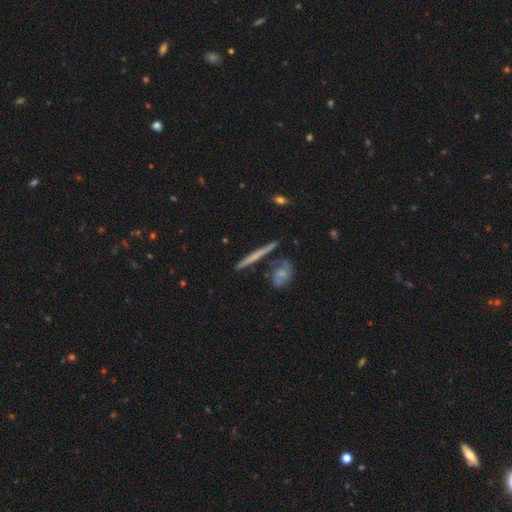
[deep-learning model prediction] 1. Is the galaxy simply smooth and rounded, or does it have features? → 50% featured or disk, 43% smooth, 7% star or artifact.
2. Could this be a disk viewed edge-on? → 94% yes, 6% no.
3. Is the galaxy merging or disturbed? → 81% none, 8% merger, 8% minor disturbance, 2% major disturbance.